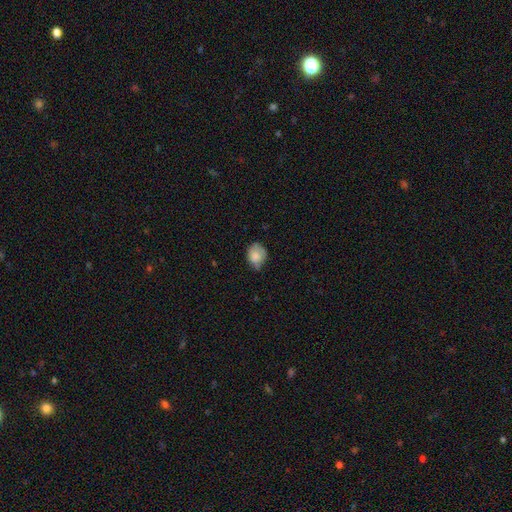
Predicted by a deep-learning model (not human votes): Smooth or featured?
  - smooth: 78% *
  - featured or disk: 14%
  - star or artifact: 8%
How rounded?
  - round: 50% *
  - in between: 49%
  - cigar-shaped: 1%
Merging?
  - none: 49% *
  - minor disturbance: 39%
  - major disturbance: 10%
  - merger: 2%